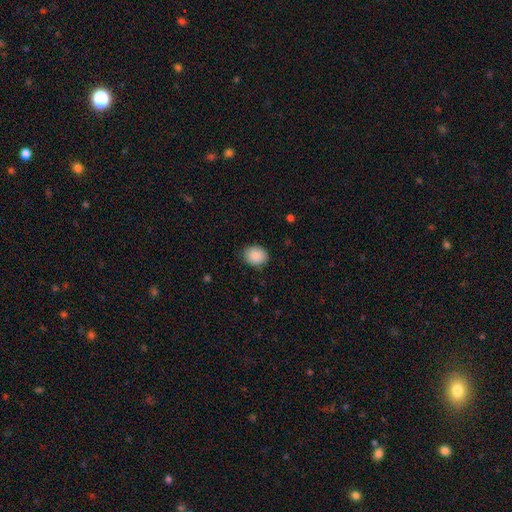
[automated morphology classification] Smooth or featured? Predicted: smooth (p=0.89). How rounded? Predicted: round (p=0.54). Merging? Predicted: none (p=0.84).